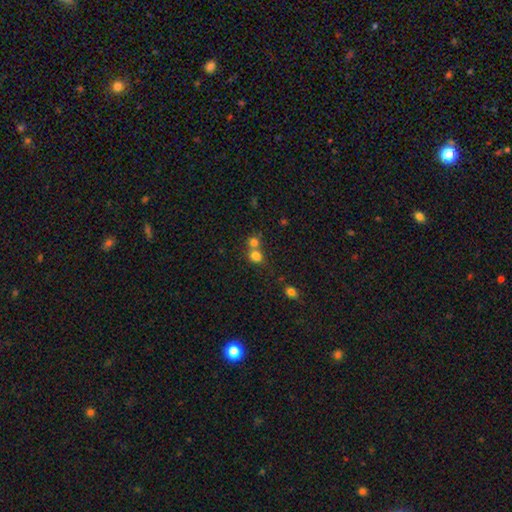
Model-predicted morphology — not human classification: smooth_or_featured: smooth (p=0.78) [alt: star or artifact p=0.14]
how_rounded: round (p=0.71) [alt: in between p=0.28]
merging: merger (p=0.51) [alt: none p=0.39]